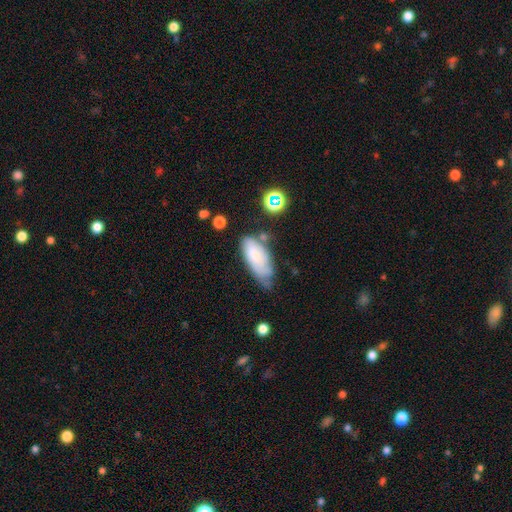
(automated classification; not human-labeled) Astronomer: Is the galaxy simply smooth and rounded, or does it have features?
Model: smooth — 58% (runner-up: featured or disk, 33%).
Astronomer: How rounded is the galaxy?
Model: in between — 83%.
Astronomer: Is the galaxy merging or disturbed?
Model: none — 39%, tied with minor disturbance at 39%.